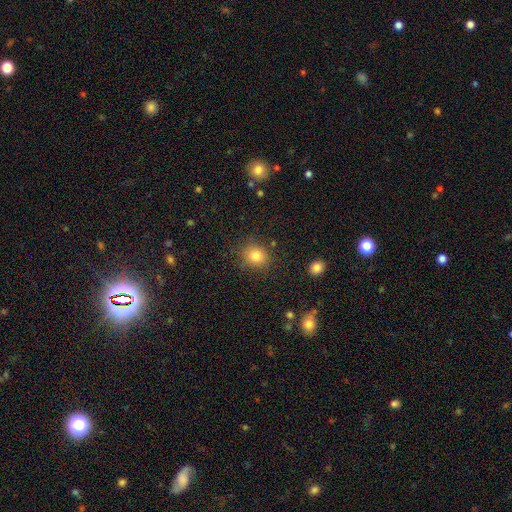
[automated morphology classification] This appears to be a smooth galaxy with no disk features (81%) that is round (77%). Merging: none (83%).